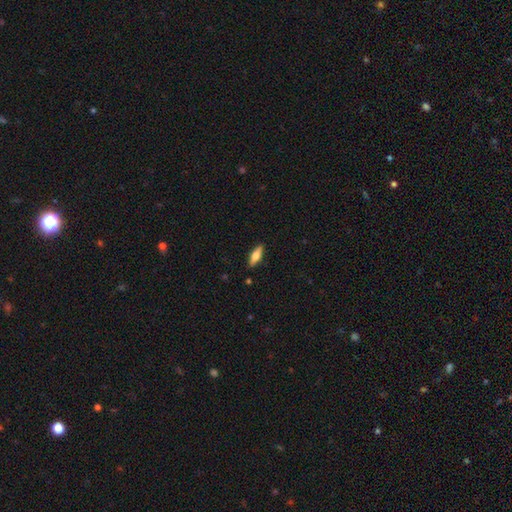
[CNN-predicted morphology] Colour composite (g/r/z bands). It shows a smooth galaxy with no disk features (62%) that is in between round and cigar-shaped (57%). Merging: none (89%).